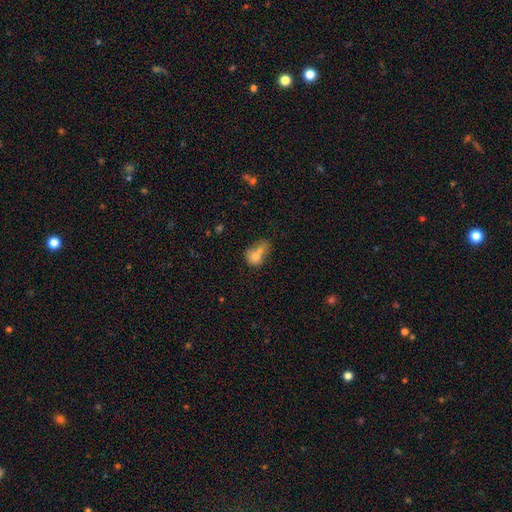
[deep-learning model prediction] The model was most divided on "how rounded": round: 52%, in between: 46%, cigar-shaped: 1%. More confident: smooth or featured — smooth (70%); merging — merger (60%).